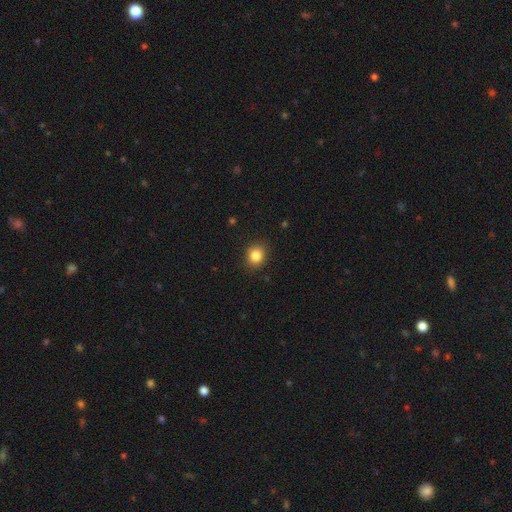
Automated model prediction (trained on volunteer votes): This is clearly a smooth galaxy (85%). How rounded: likely round (72%). Merging: clearly none (87%).